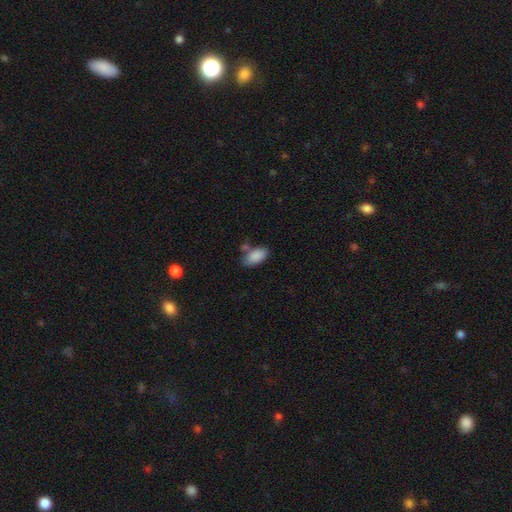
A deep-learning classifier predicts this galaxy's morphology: Smooth or featured? smooth (87%)
How rounded? in between (93%)
Merging? none (59%)